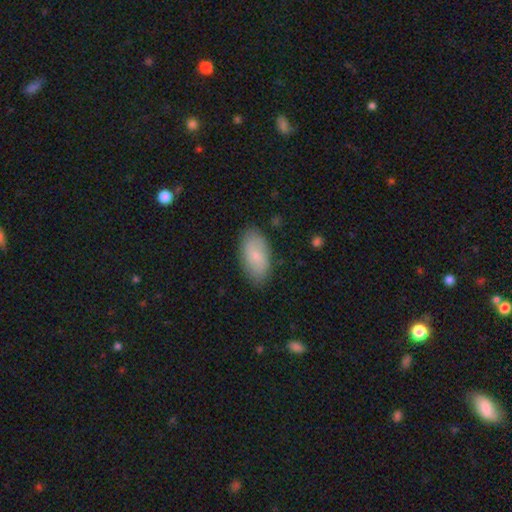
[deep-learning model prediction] Smooth or featured: smooth — 75% (featured or disk — 19%)
How rounded: in between — 93% (cigar-shaped — 4%)
Merging: none — 84% (minor disturbance — 13%)